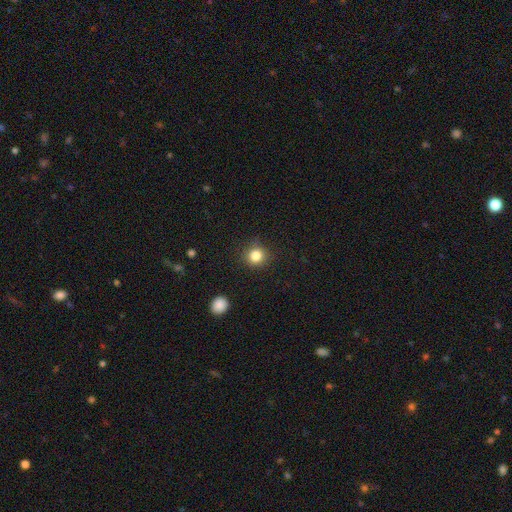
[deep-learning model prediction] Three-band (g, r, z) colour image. It shows a smooth galaxy with no disk features (83%) that is round (90%). Merging: none (87%).